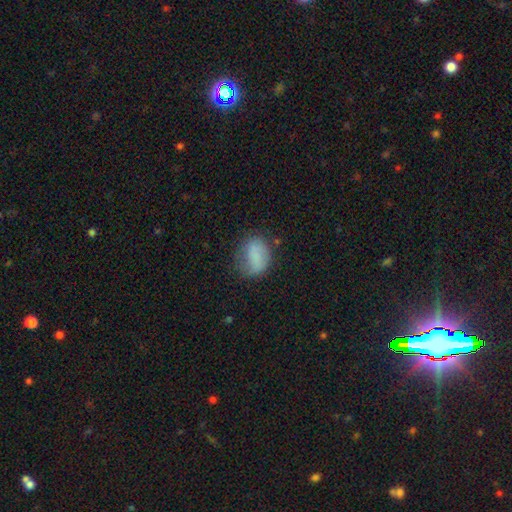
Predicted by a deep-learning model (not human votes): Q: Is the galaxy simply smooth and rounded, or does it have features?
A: smooth — 79%.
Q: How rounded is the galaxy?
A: in between — 74%.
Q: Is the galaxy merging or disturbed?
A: none — 58%.